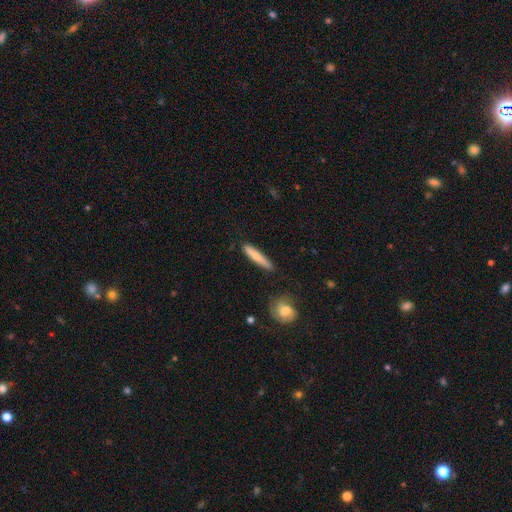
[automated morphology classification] type=smooth (70%); roundness=cigar-shaped (90%); merging=none (83%).